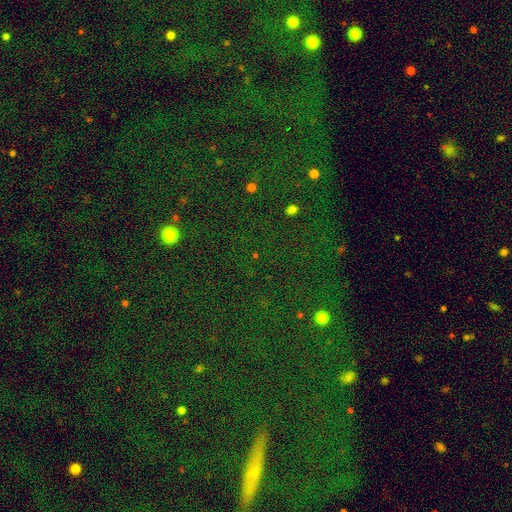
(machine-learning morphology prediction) Smooth or featured? star or artifact (67%)